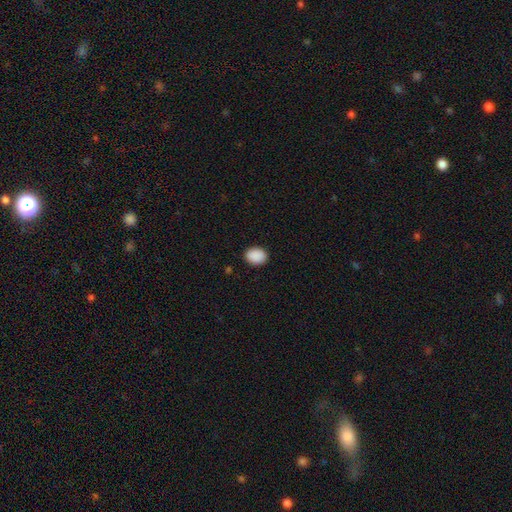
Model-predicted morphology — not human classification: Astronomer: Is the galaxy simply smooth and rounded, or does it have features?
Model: smooth — 90%.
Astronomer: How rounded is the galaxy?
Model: in between — 63%.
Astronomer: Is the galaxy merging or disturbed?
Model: none — 89%.